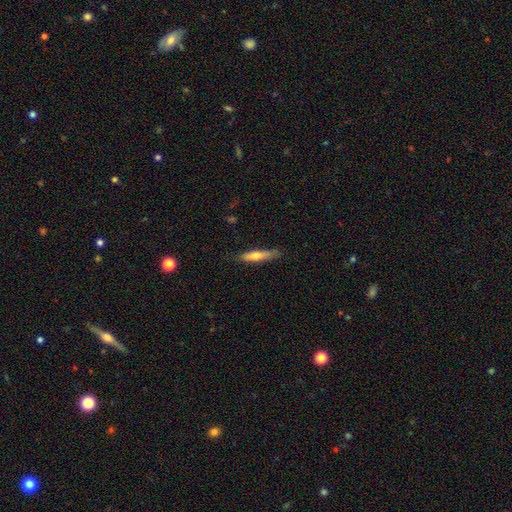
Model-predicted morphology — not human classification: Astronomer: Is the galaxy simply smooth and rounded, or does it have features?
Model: smooth — 59% (runner-up: featured or disk, 35%).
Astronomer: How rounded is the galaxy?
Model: cigar-shaped — 86%.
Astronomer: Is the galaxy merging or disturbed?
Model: none — 79%.